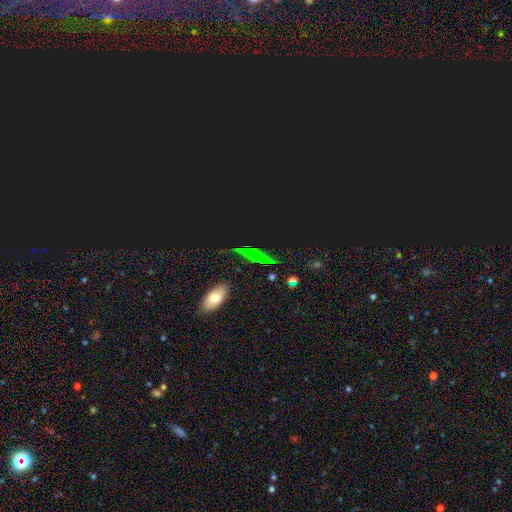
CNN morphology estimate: smooth_or_featured: star or artifact (p=0.57) [alt: smooth p=0.27]